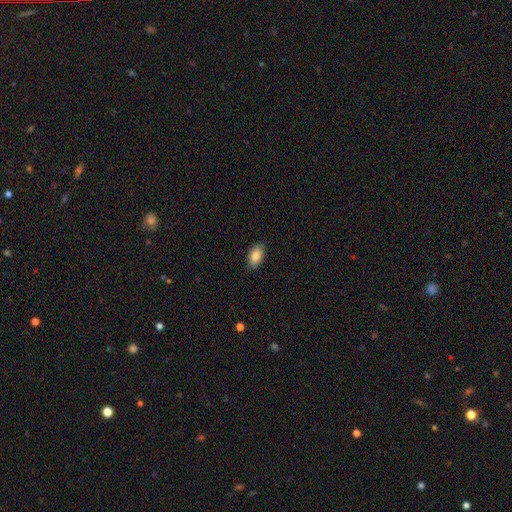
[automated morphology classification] Smooth or featured?
  - smooth: 87% *
  - star or artifact: 7%
  - featured or disk: 6%
How rounded?
  - in between: 92% *
  - round: 6%
  - cigar-shaped: 2%
Merging?
  - none: 87% *
  - minor disturbance: 10%
  - major disturbance: 2%
  - merger: 1%